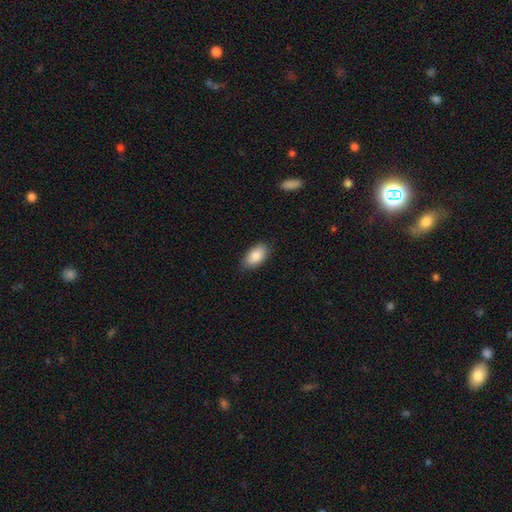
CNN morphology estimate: This is clearly a smooth galaxy (86%). How rounded: clearly in between (94%). Merging: clearly none (83%).